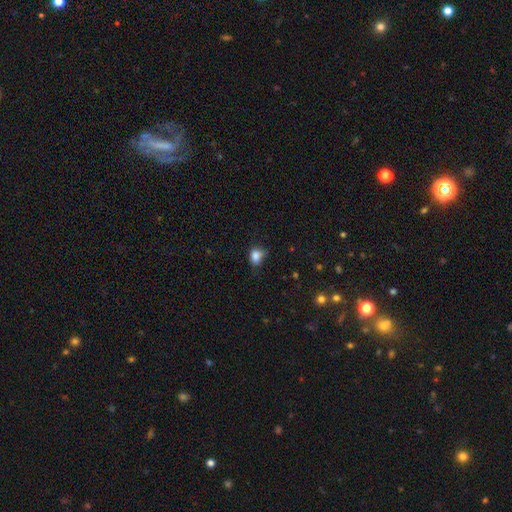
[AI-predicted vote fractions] Q: Smooth or featured?
A: smooth (83%); runner-up: star or artifact (11%)
Q: How rounded?
A: in between (50%); runner-up: round (48%)
Q: Merging?
A: none (52%); runner-up: minor disturbance (36%)